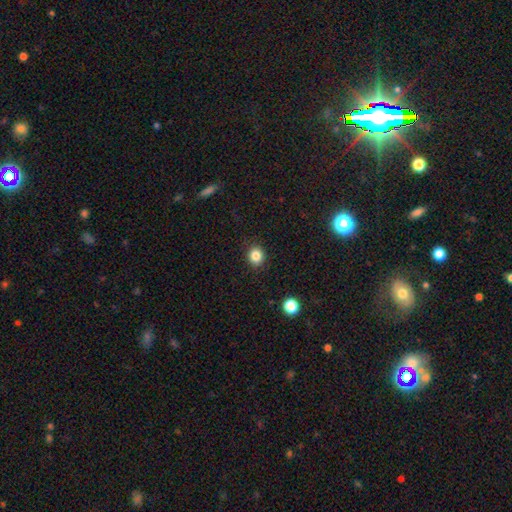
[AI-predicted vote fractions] smooth_or_featured: smooth (p=0.84) [alt: star or artifact p=0.11]
how_rounded: round (p=0.78) [alt: in between p=0.21]
merging: none (p=0.90) [alt: minor disturbance p=0.07]